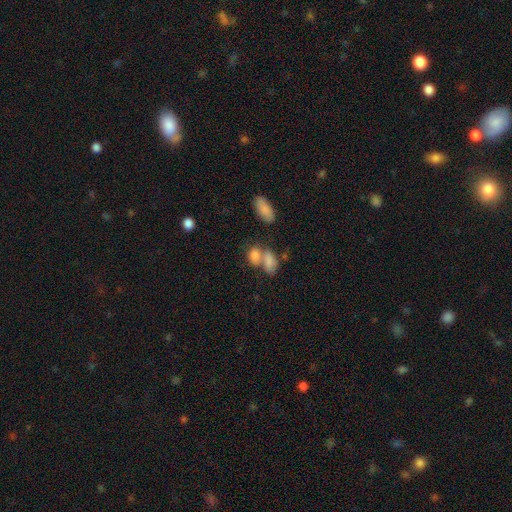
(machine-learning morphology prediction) Q: Smooth or featured?
A: smooth (76%); runner-up: featured or disk (12%)
Q: How rounded?
A: in between (81%); runner-up: round (15%)
Q: Merging?
A: merger (54%); runner-up: none (29%)